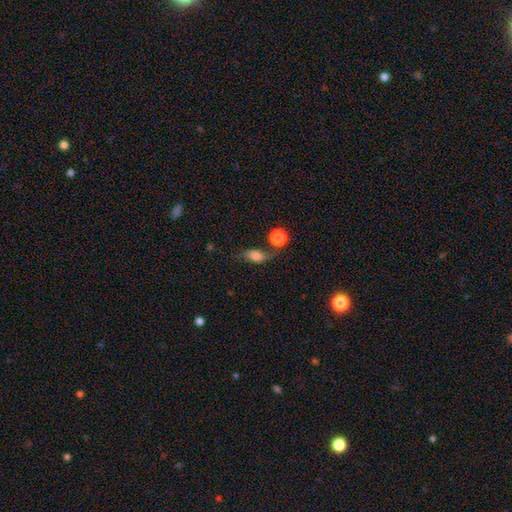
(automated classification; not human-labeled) Morphology: type=smooth (75%); roundness=in between (74%); merging=none (56%).